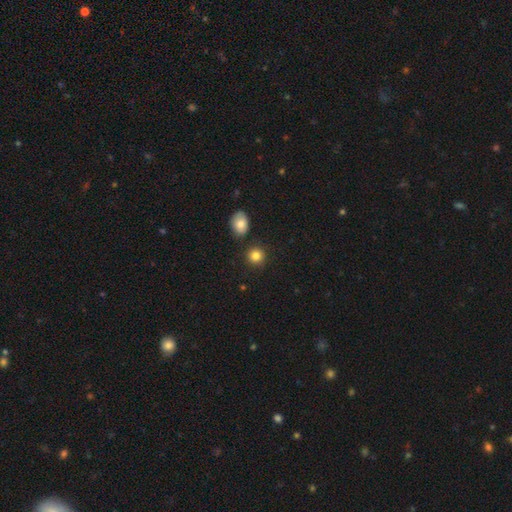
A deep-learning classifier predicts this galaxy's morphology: Smooth or featured?
  - smooth: 84% *
  - star or artifact: 10%
  - featured or disk: 6%
How rounded?
  - round: 87% *
  - in between: 12%
  - cigar-shaped: 1%
Merging?
  - none: 84% *
  - minor disturbance: 8%
  - merger: 5%
  - major disturbance: 3%